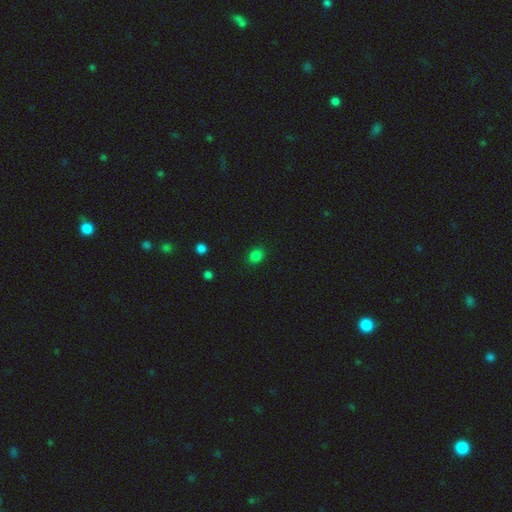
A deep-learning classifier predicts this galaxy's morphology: Smooth or featured?
  - smooth: 82% *
  - star or artifact: 15%
  - featured or disk: 4%
How rounded?
  - round: 51% *
  - in between: 47%
  - cigar-shaped: 1%
Merging?
  - none: 88% *
  - minor disturbance: 9%
  - major disturbance: 2%
  - merger: 1%